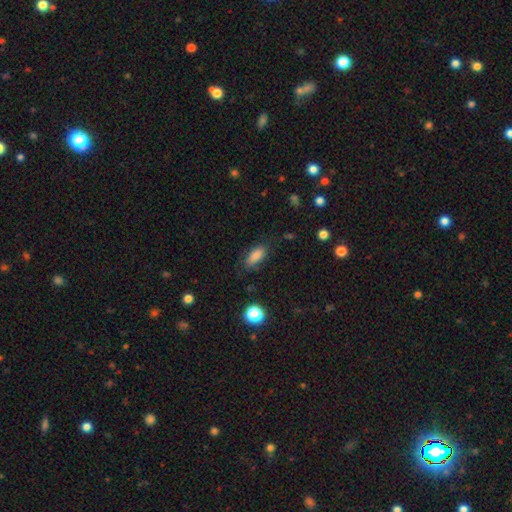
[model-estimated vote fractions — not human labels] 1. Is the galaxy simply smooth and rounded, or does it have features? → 83% smooth, 10% star or artifact, 7% featured or disk.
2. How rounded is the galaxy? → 84% in between, 12% cigar-shaped, 4% round.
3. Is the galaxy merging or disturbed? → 77% none, 16% minor disturbance, 5% major disturbance, 2% merger.